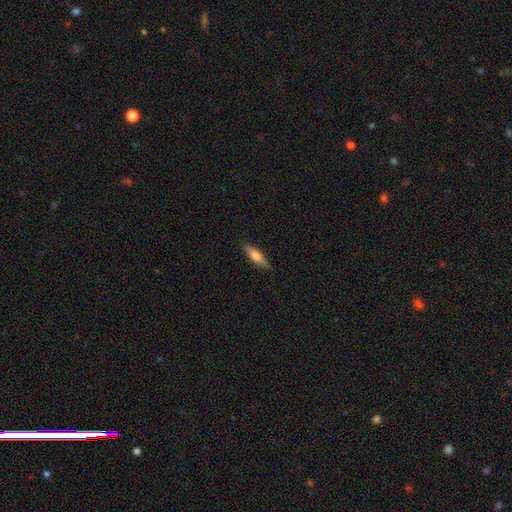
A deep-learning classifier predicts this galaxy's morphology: smooth-or-featured: smooth: 56% | featured or disk: 38% | star or artifact: 6%
  how-rounded: cigar-shaped: 71% | in between: 27% | round: 2%
  merging: none: 86% | minor disturbance: 10% | major disturbance: 2% | merger: 1%